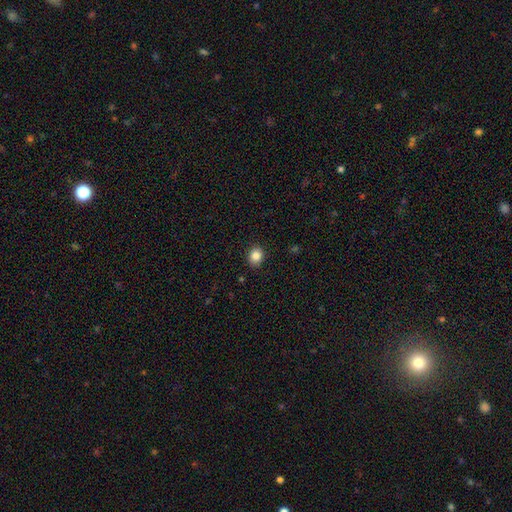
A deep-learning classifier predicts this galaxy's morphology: type=smooth (85%); roundness=round (64%); merging=none (90%).